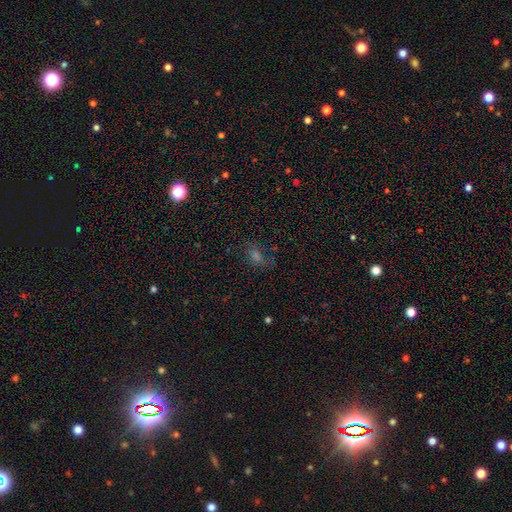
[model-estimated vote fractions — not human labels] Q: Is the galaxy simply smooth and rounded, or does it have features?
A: smooth — 41%.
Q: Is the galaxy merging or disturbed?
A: none — 65%.